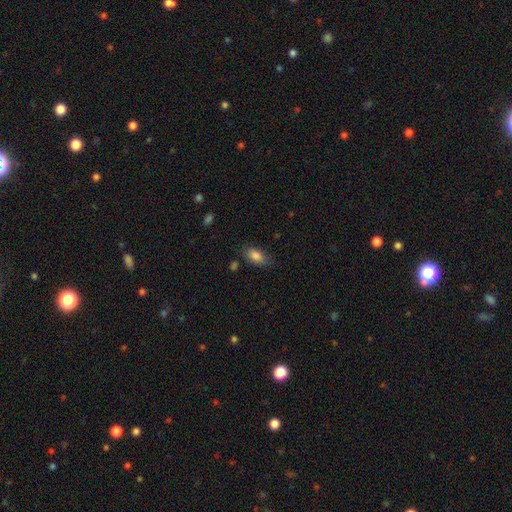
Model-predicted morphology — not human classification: Smooth or featured? Predicted: smooth (p=0.84). How rounded? Predicted: in between (p=0.89). Merging? Predicted: none (p=0.75).